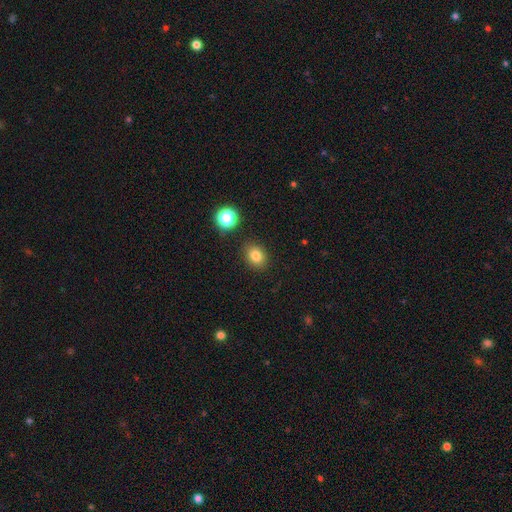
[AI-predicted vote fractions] smooth_or_featured: smooth (p=0.81) [alt: star or artifact p=0.13]
how_rounded: round (p=0.56) [alt: in between p=0.43]
merging: none (p=0.86) [alt: minor disturbance p=0.09]